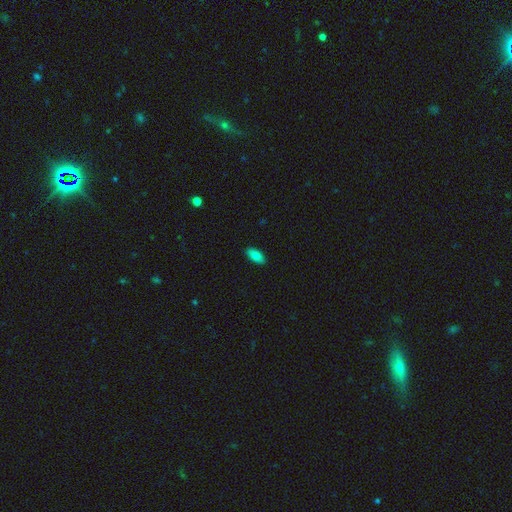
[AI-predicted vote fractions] A smooth galaxy with no disk features (81%) that is in between round and cigar-shaped (91%). Merging: none (89%).